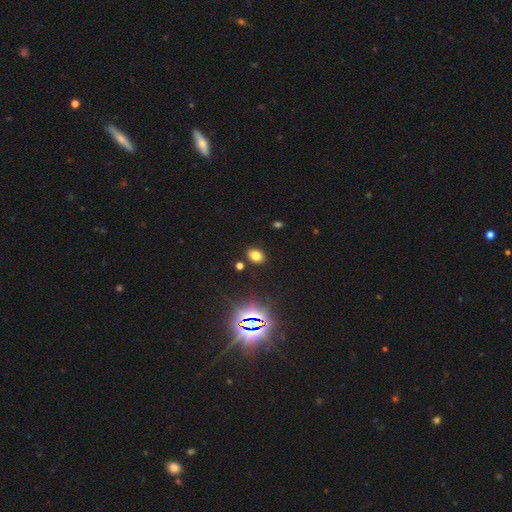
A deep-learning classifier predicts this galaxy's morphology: Smooth or featured?
  - smooth: 71% *
  - star or artifact: 22%
  - featured or disk: 7%
How rounded?
  - in between: 66% *
  - round: 33%
  - cigar-shaped: 1%
Merging?
  - none: 86% *
  - minor disturbance: 8%
  - major disturbance: 3%
  - merger: 3%